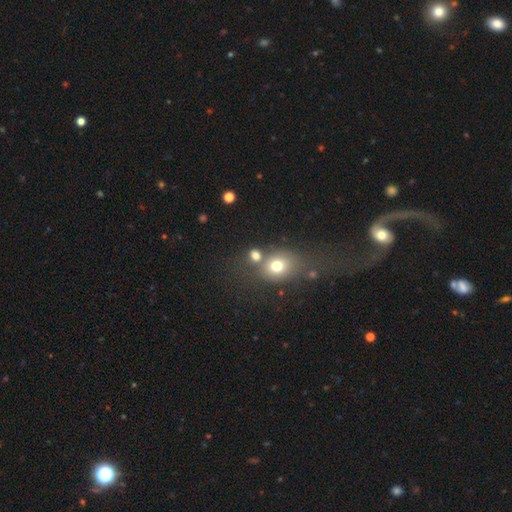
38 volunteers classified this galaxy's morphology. Q: Smooth or featured?
A: smooth (87%); runner-up: featured or disk (11%)
Q: How rounded?
A: round (76%); runner-up: in between (24%)
Q: Merging?
A: none (62%); runner-up: merger (22%)